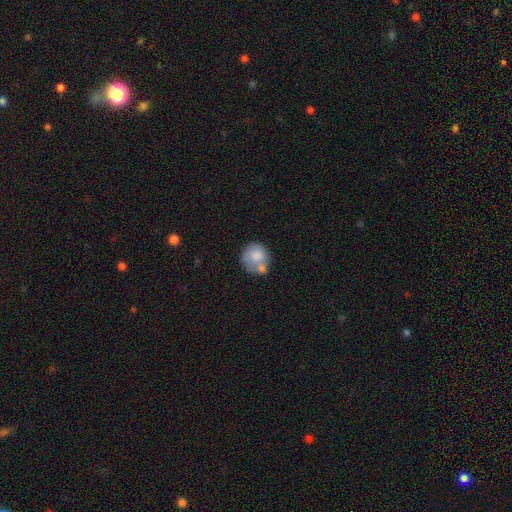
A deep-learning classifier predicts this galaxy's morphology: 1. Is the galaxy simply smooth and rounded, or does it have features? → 75% smooth, 18% featured or disk, 7% star or artifact.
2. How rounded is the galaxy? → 81% round, 18% in between, 1% cigar-shaped.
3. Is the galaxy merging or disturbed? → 40% none, 35% merger, 17% minor disturbance, 8% major disturbance.